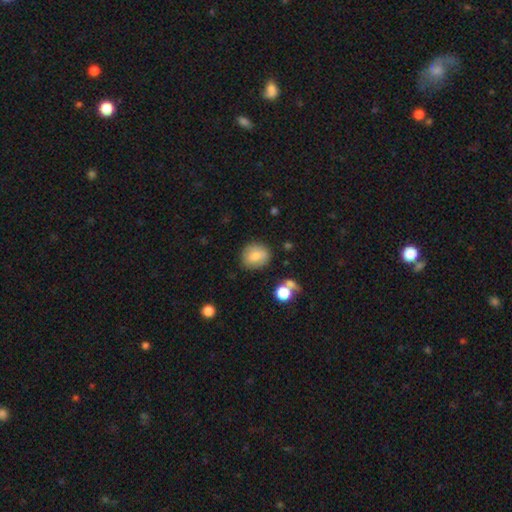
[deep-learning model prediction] smooth-or-featured: smooth: 78% | featured or disk: 13% | star or artifact: 9%
  how-rounded: round: 73% | in between: 26% | cigar-shaped: 1%
  merging: none: 81% | minor disturbance: 13% | major disturbance: 3% | merger: 3%